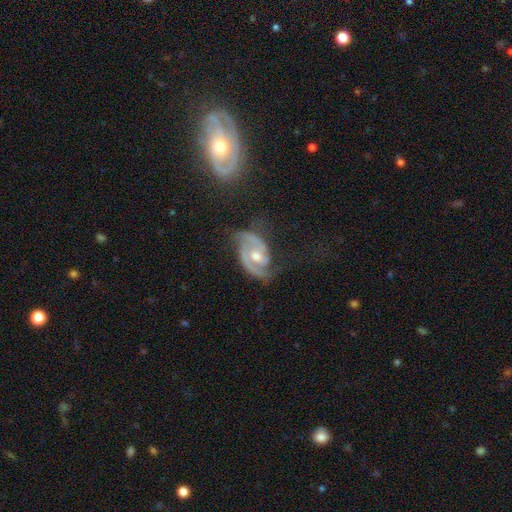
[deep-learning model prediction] The model was most divided on "spiral winding": medium: 48%, tight: 37%, loose: 15%. More confident: edge-on disk — no (97%); spiral arms — yes (96%); smooth or featured — featured or disk (88%); spiral arm count — 2 (86%); bulge size — moderate (72%); merging — none (61%); bar — no (51%).